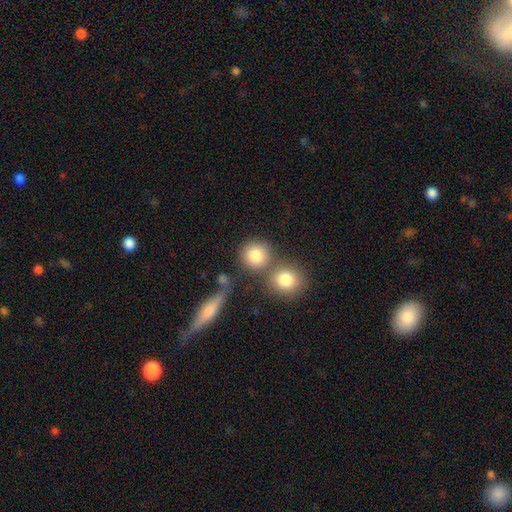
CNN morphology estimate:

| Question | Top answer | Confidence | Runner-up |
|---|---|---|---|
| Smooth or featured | smooth | 82% | star or artifact (9%) |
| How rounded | round | 89% | in between (10%) |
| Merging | none | 59% | merger (27%) |